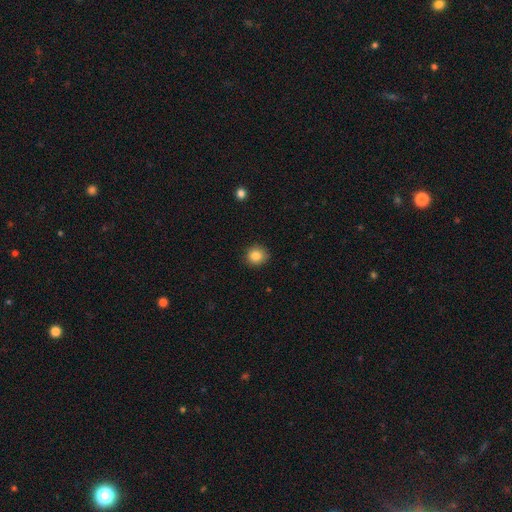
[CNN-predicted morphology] This is clearly a smooth galaxy (84%). How rounded: clearly round (88%). Merging: clearly none (89%).